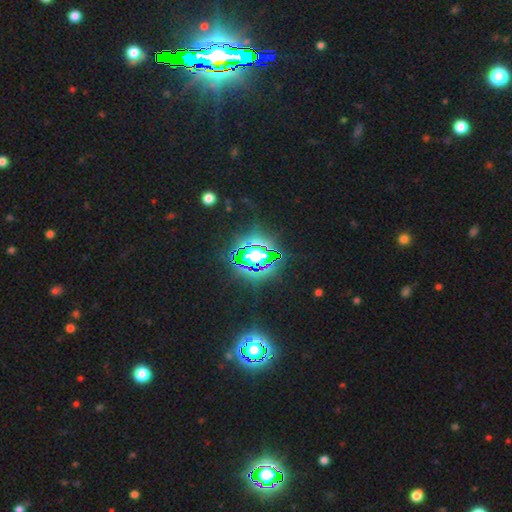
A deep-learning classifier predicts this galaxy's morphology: Smooth or featured?
  - star or artifact: 75% *
  - smooth: 14%
  - featured or disk: 11%